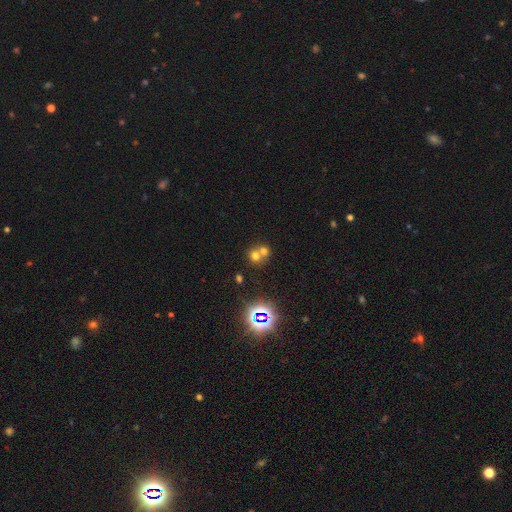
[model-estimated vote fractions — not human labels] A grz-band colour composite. It shows a smooth galaxy with no disk features (61%) that is round (82%). Merging: merger (55%).